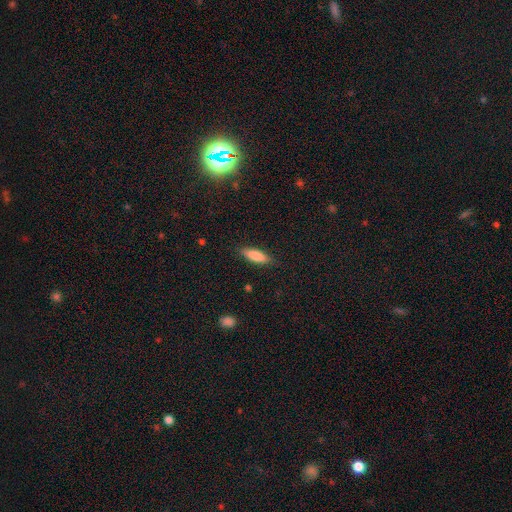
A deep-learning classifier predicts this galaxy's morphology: This is clearly a smooth galaxy (83%). How rounded: possibly in between (50%). Merging: clearly none (85%).